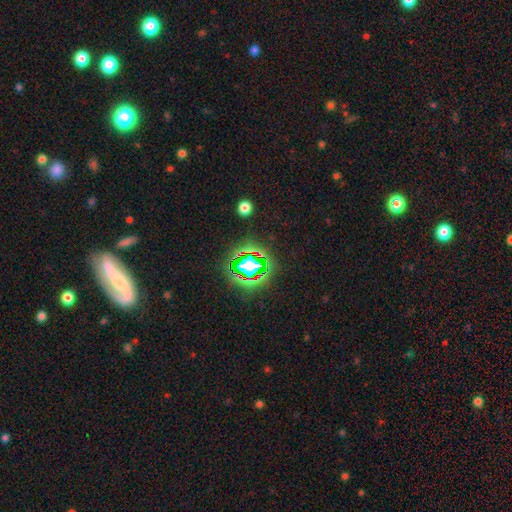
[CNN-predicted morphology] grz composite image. It shows a star or artifact, not a galaxy (75%).